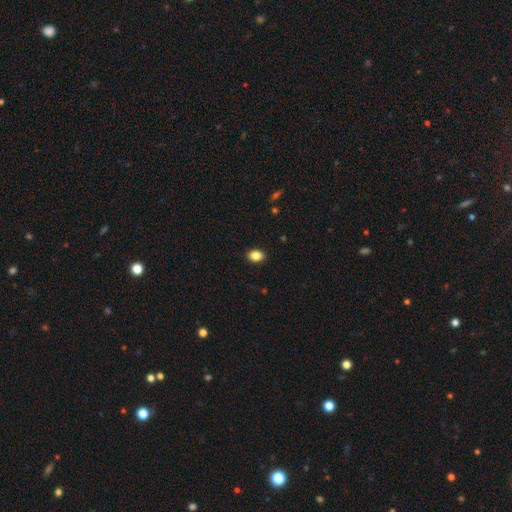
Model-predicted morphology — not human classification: This appears to be a smooth galaxy with no disk features (86%) that is in between round and cigar-shaped (70%). Merging: none (89%).